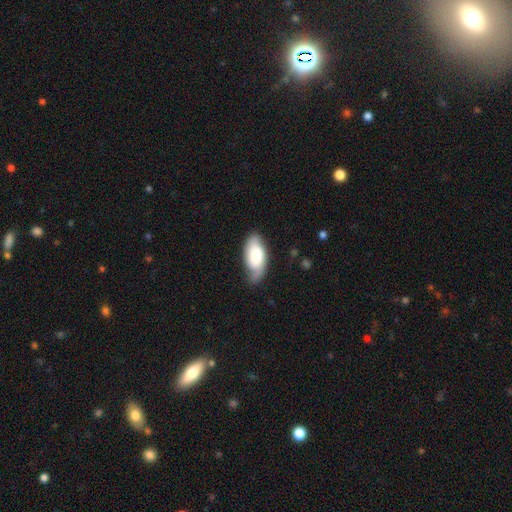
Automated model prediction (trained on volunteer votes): Q: Smooth or featured?
A: smooth (60%); runner-up: featured or disk (33%)
Q: How rounded?
A: in between (93%); runner-up: cigar-shaped (5%)
Q: Merging?
A: none (62%); runner-up: minor disturbance (29%)